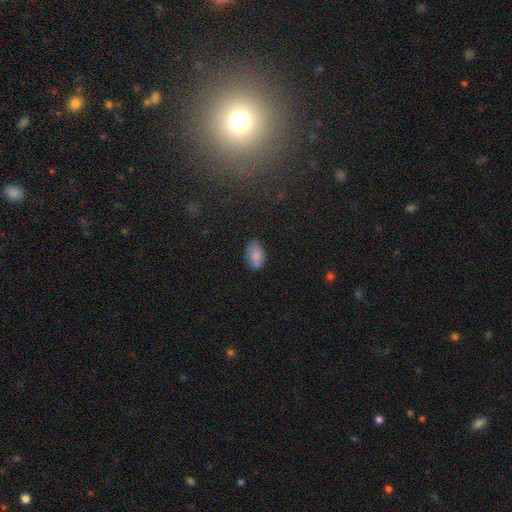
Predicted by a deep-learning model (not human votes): A smooth galaxy with no disk features (85%) that is in between round and cigar-shaped (92%). Merging: none (79%).